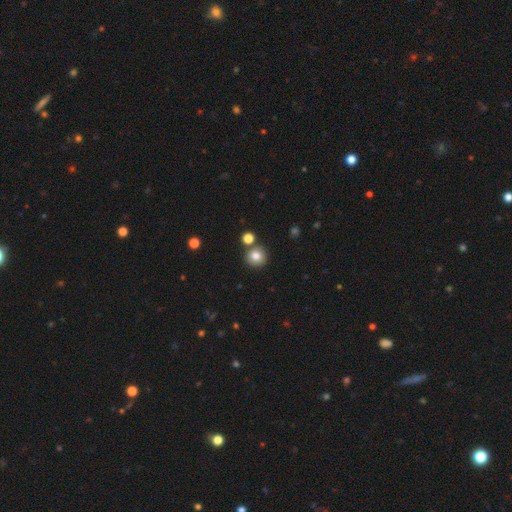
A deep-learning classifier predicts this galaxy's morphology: Smooth or featured? smooth (80%)
How rounded? round (92%)
Merging? none (80%)